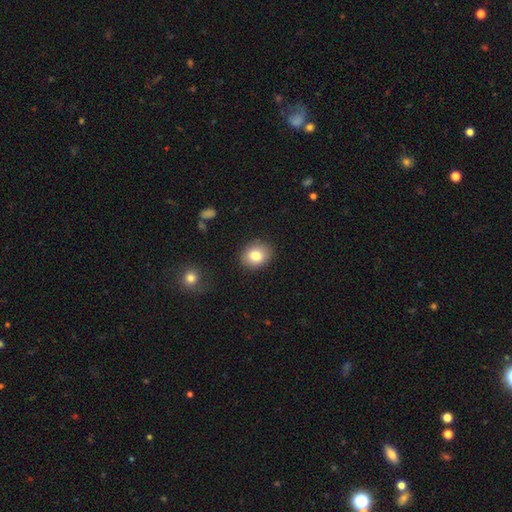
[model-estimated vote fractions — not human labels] Smooth or featured? smooth (80%)
How rounded? round (54%)
Merging? none (87%)